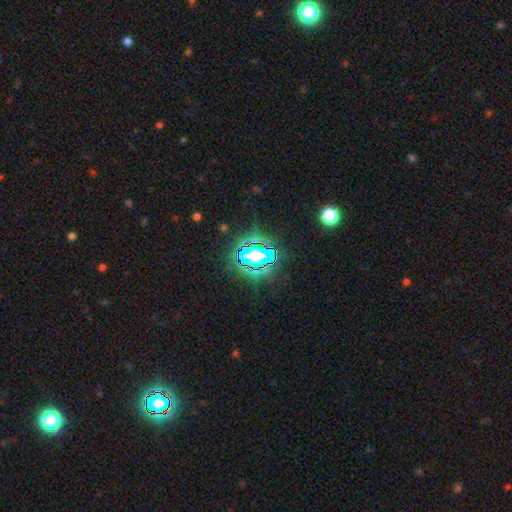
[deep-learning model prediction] Smooth or featured: star or artifact — 82% (smooth — 11%)